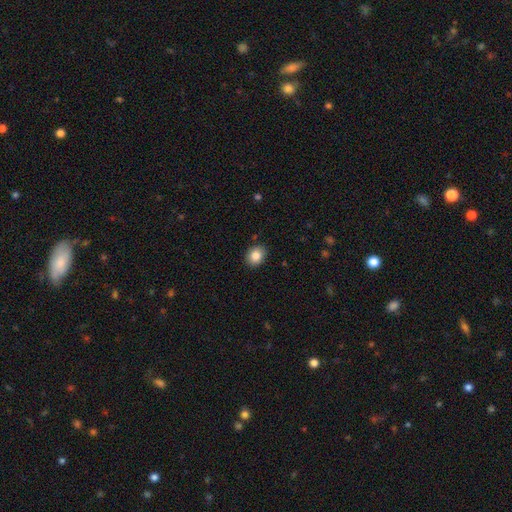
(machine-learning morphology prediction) This is clearly a smooth galaxy (85%). How rounded: possibly round (54%). Merging: clearly none (88%).